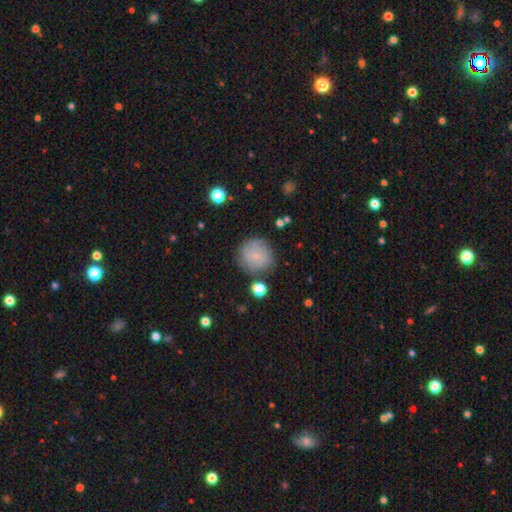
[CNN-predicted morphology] Q: Smooth or featured?
A: smooth (72%); runner-up: featured or disk (18%)
Q: How rounded?
A: round (92%); runner-up: in between (7%)
Q: Merging?
A: none (75%); runner-up: minor disturbance (16%)